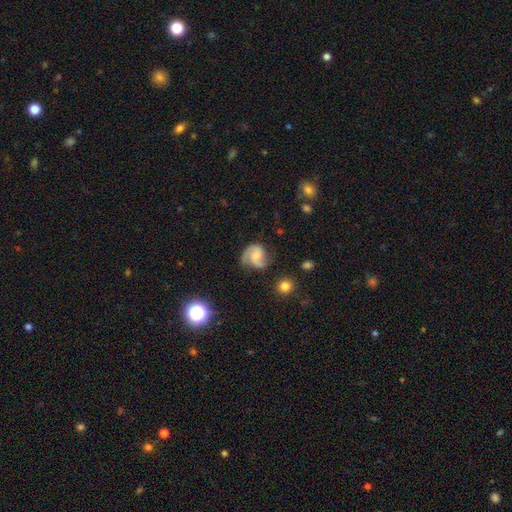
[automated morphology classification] The model was most divided on "bulge size": small: 51%, moderate: 35%, none: 10%, large: 2%, dominant: 1%. Remaining: edge-on disk — no (98%); spiral arms — yes (96%); spiral arm count — 2 (78%); smooth or featured — featured or disk (78%); merging — none (63%); bar — no (61%); spiral winding — medium (50%).